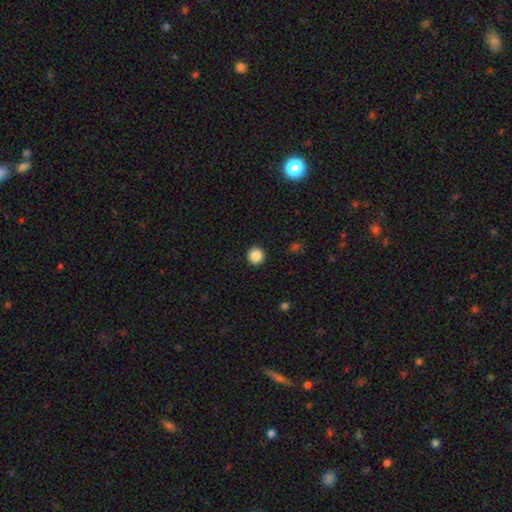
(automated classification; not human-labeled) Smooth or featured: smooth — 87% (star or artifact — 10%)
How rounded: round — 95% (in between — 4%)
Merging: none — 93% (minor disturbance — 4%)